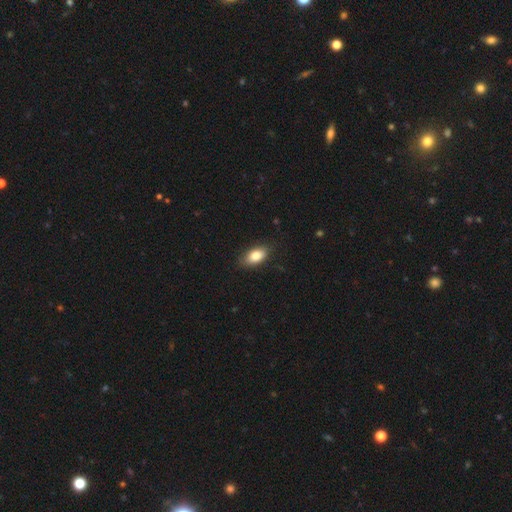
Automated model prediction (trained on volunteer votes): This is clearly a smooth galaxy (83%). How rounded: clearly in between (90%). Merging: clearly none (83%).